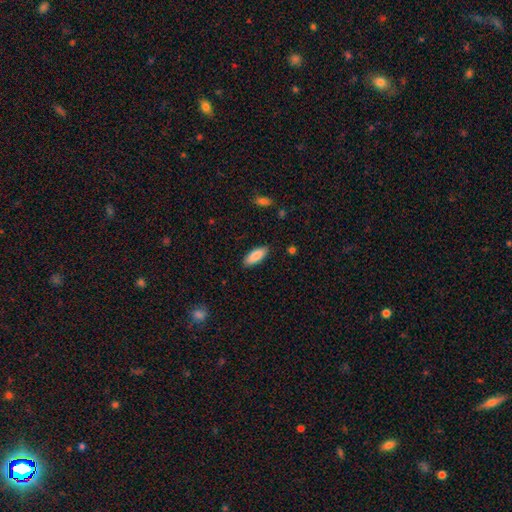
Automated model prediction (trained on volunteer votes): smooth-or-featured: smooth: 88% | featured or disk: 7% | star or artifact: 6%
  how-rounded: in between: 75% | cigar-shaped: 24% | round: 2%
  merging: none: 88% | minor disturbance: 9% | major disturbance: 2% | merger: 1%